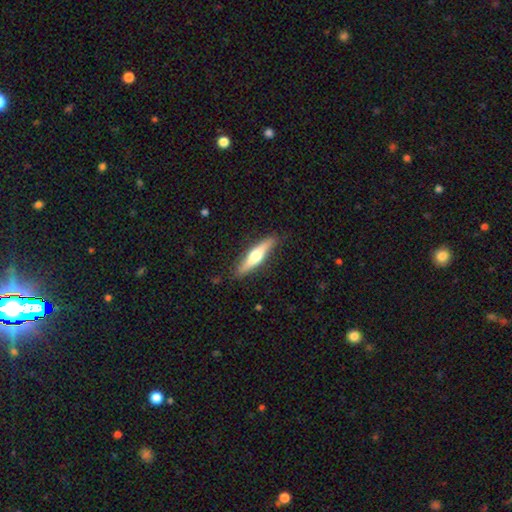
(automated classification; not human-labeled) Morphology: type=featured or disk (50%); edge-on=yes (93%); merging=none (86%).